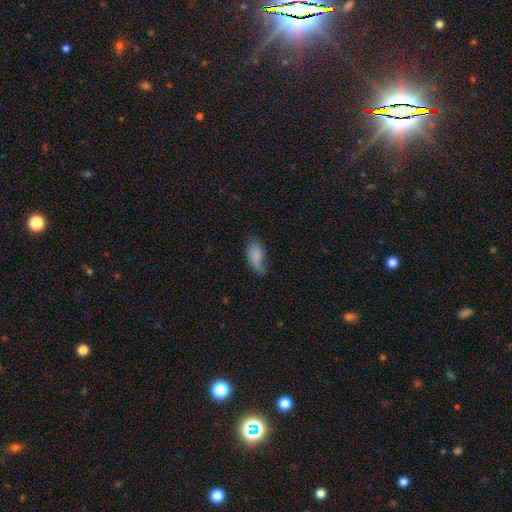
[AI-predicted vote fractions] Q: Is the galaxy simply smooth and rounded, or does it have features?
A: smooth — 77%.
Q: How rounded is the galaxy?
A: in between — 91%.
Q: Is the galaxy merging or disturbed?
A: none — 40%.